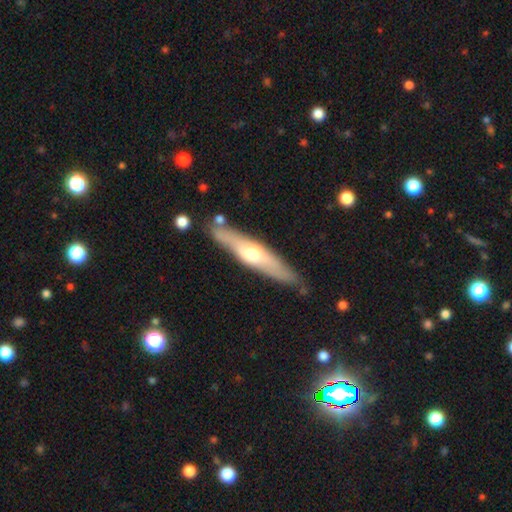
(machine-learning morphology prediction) smooth_or_featured: featured or disk (p=0.59) [alt: smooth p=0.35]
disk_edge_on: yes (p=0.83) [alt: no p=0.17]
merging: none (p=0.83) [alt: minor disturbance p=0.12]